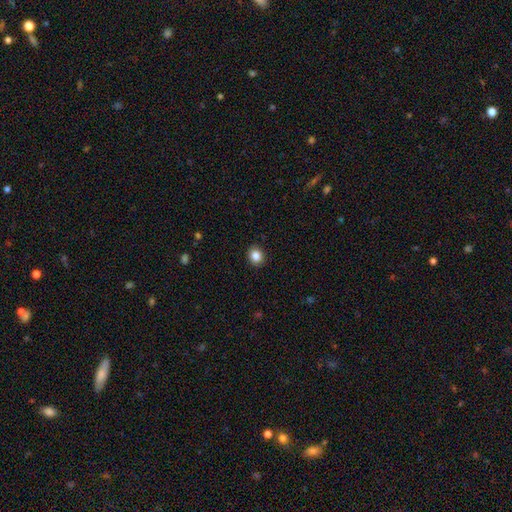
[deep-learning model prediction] A smooth galaxy with no disk features (84%) that is round (74%).

Vote fractions:
- Smooth or featured? smooth: 84% / star or artifact: 10% / featured or disk: 5%
- How rounded? round: 74% / in between: 25% / cigar-shaped: 1%
- Merging? none: 92% / minor disturbance: 6% / major disturbance: 2% / merger: 1%